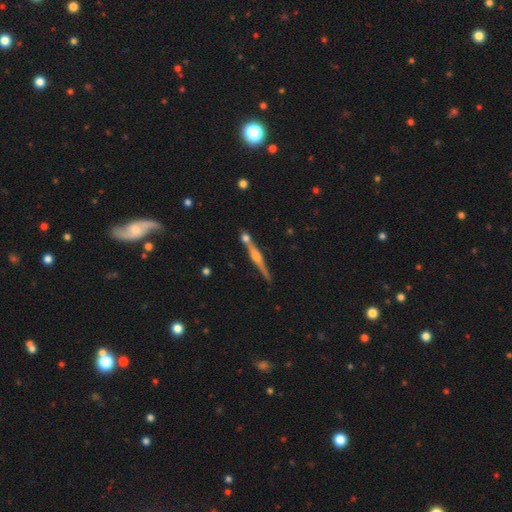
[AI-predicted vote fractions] This appears to be a featured or disk galaxy (79%) viewed edge-on (98%) with a rounded central bulge (77%). Merging: none (78%).